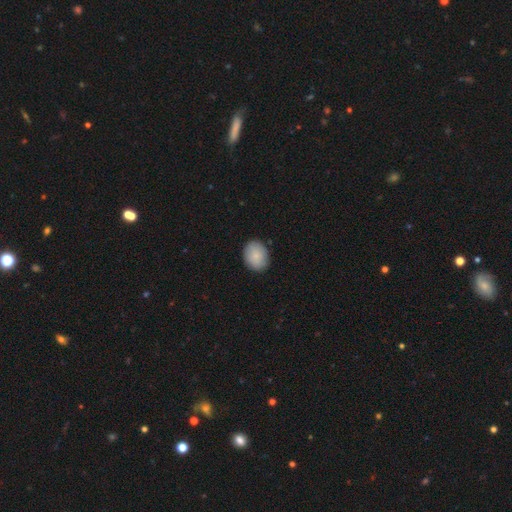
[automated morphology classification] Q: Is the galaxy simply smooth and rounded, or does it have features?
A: smooth — 86%.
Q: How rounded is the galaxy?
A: in between — 61%.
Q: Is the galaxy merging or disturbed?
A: none — 86%.